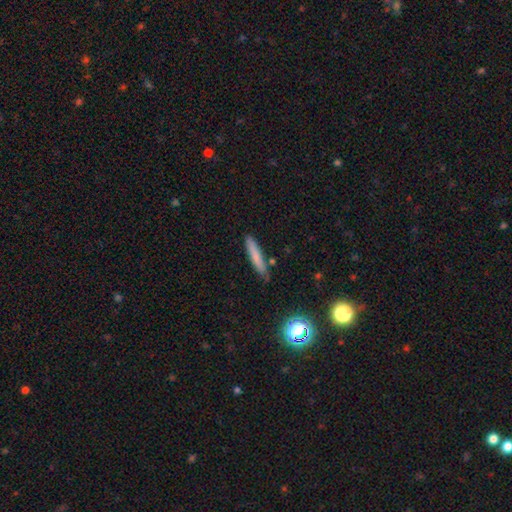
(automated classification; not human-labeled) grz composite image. It shows a smooth galaxy with no disk features (74%) that is cigar-shaped (92%). Merging: none (81%).